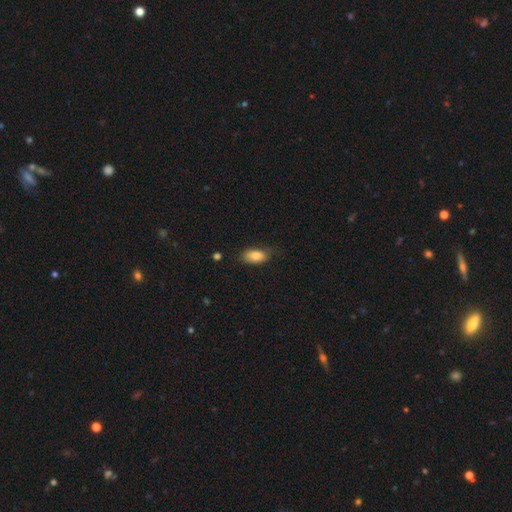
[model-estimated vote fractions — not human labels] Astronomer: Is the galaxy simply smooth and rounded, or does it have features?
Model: smooth — 83%.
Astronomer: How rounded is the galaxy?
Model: in between — 90%.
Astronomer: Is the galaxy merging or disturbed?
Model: none — 70%.